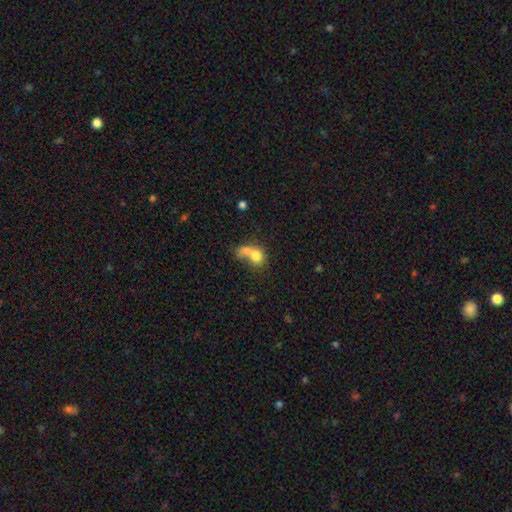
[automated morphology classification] smooth-or-featured: smooth: 74% | featured or disk: 16% | star or artifact: 10%
  how-rounded: round: 62% | in between: 37% | cigar-shaped: 2%
  merging: merger: 63% | none: 21% | major disturbance: 9% | minor disturbance: 8%